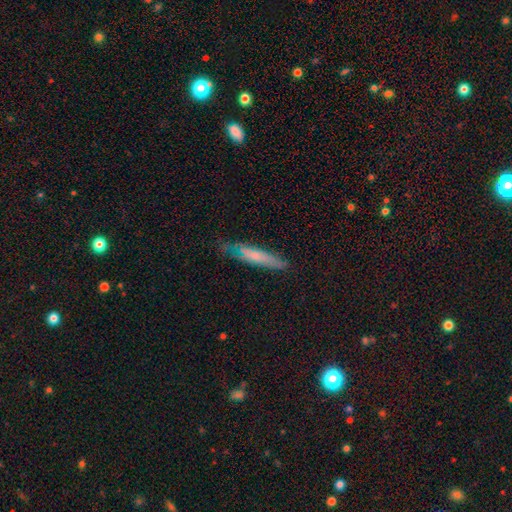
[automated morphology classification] A smooth galaxy with no disk features (60%) that is cigar-shaped (89%).

Vote fractions:
- Smooth or featured? smooth: 60% / featured or disk: 34% / star or artifact: 6%
- How rounded? cigar-shaped: 89% / in between: 9% / round: 1%
- Merging? none: 70% / minor disturbance: 23% / major disturbance: 5% / merger: 2%